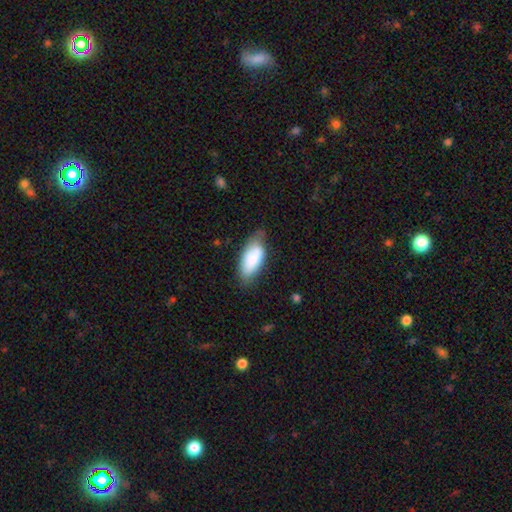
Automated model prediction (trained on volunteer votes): Q: Smooth or featured?
A: smooth (79%); runner-up: featured or disk (14%)
Q: How rounded?
A: in between (86%); runner-up: cigar-shaped (12%)
Q: Merging?
A: none (59%); runner-up: minor disturbance (31%)